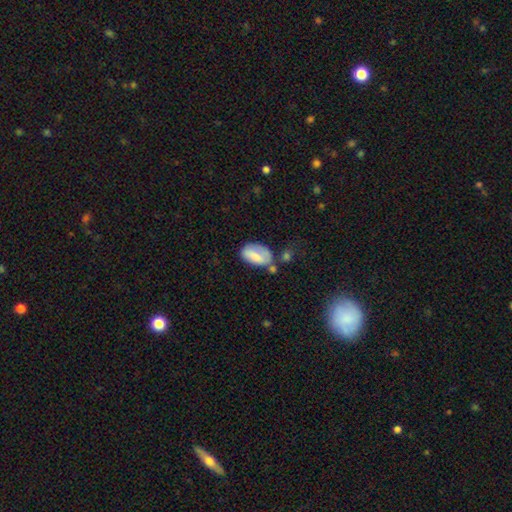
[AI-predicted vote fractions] smooth_or_featured: smooth (p=0.72) [alt: featured or disk p=0.21]
how_rounded: in between (p=0.92) [alt: round p=0.05]
merging: none (p=0.40) [alt: minor disturbance p=0.28]